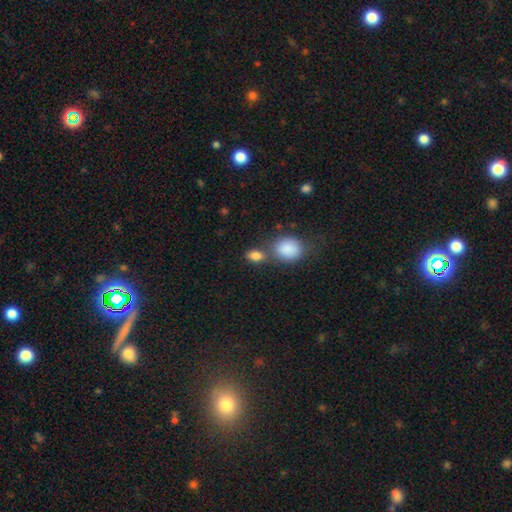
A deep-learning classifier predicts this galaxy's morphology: Smooth or featured? smooth (85%)
How rounded? in between (75%)
Merging? none (52%)